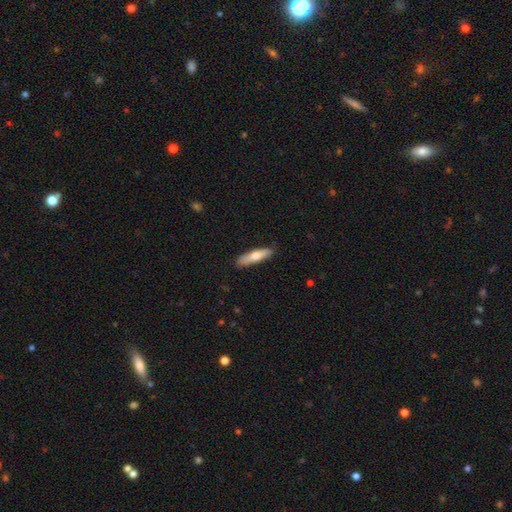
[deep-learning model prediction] This appears to be a smooth galaxy with no disk features (65%) that is cigar-shaped (80%). Merging: none (86%).